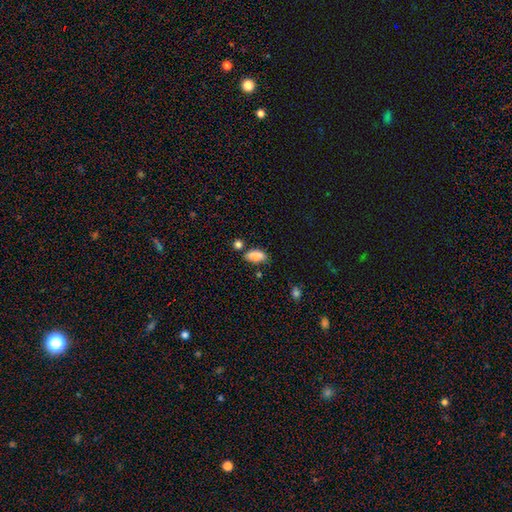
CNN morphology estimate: Smooth or featured? smooth (87%)
How rounded? in between (89%)
Merging? none (67%)